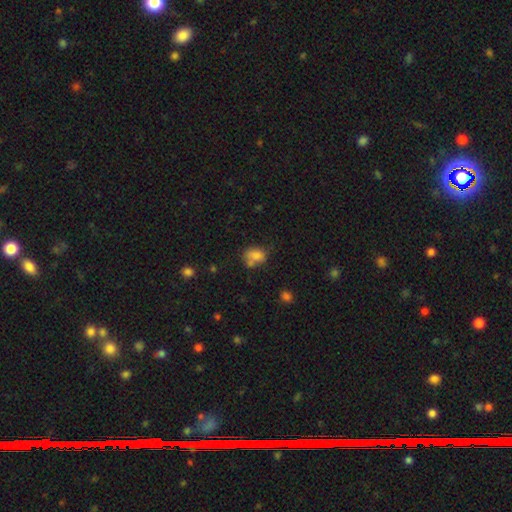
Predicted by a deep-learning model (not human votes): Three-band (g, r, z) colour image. It shows a smooth galaxy with no disk features (73%) that is in between round and cigar-shaped (59%). Merging: none (39%).